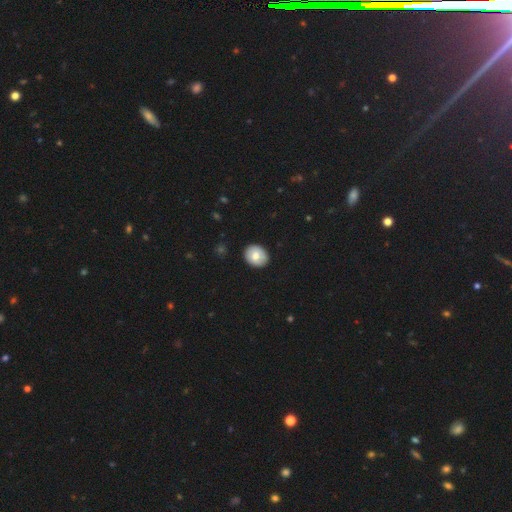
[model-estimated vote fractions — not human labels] smooth 75%, featured or disk 18%, star or artifact 7%. Down the decision tree: how rounded — round (63%); merging — none (90%).